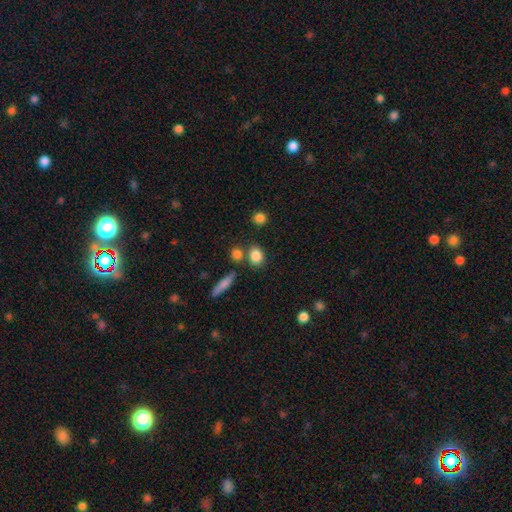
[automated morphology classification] smooth 84%, star or artifact 9%, featured or disk 7%. Down the decision tree: how rounded — in between (51%); merging — none (71%).